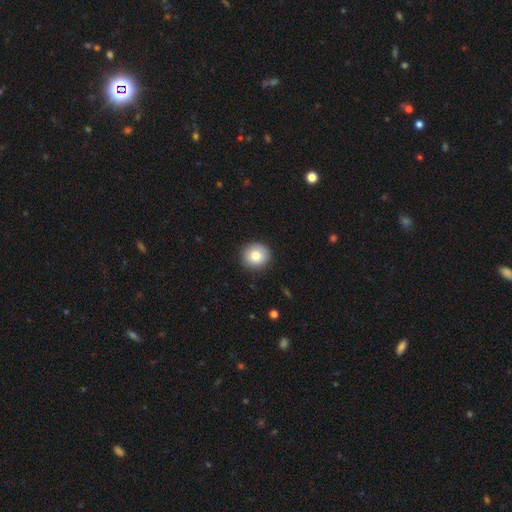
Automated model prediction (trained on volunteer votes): The model was most divided on "smooth or featured": smooth: 81%, featured or disk: 10%, star or artifact: 9%. More confident: how rounded — round (91%); merging — none (90%).